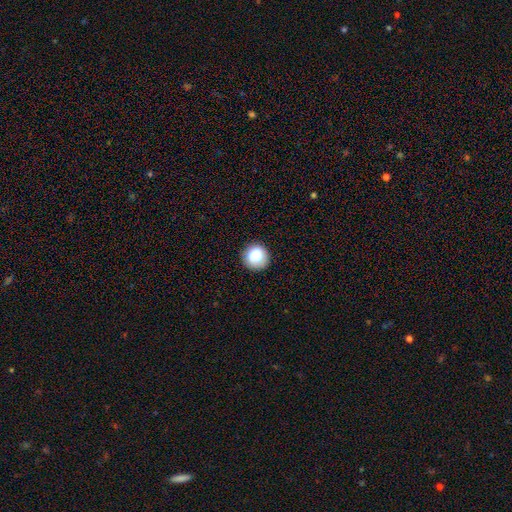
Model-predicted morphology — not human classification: Q: Smooth or featured?
A: smooth (86%); runner-up: star or artifact (8%)
Q: How rounded?
A: round (95%); runner-up: in between (4%)
Q: Merging?
A: none (89%); runner-up: minor disturbance (8%)